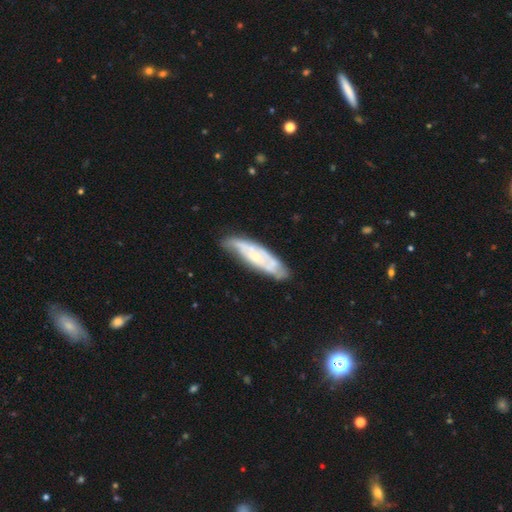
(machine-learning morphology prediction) smooth_or_featured: featured or disk (p=0.72) [alt: smooth p=0.22]
disk_edge_on: no (p=0.76) [alt: yes p=0.24]
bar: no (p=0.69) [alt: weak p=0.25]
has_spiral_arms: yes (p=0.82) [alt: no p=0.18]
bulge_size: small (p=0.66) [alt: moderate p=0.28]
merging: none (p=0.70) [alt: minor disturbance p=0.22]